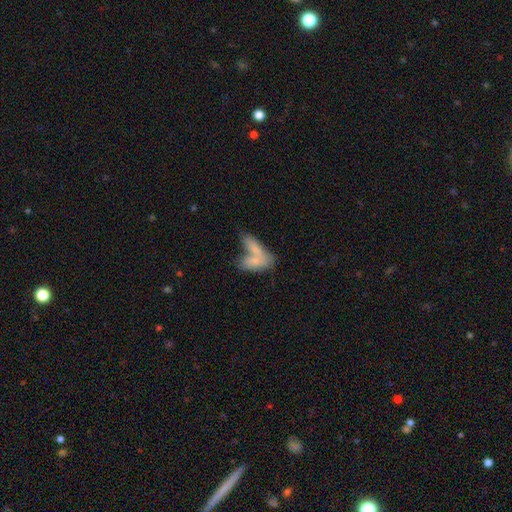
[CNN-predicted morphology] Smooth or featured? Predicted: smooth (p=0.73). How rounded? Predicted: in between (p=0.76). Merging? Predicted: merger (p=0.61).